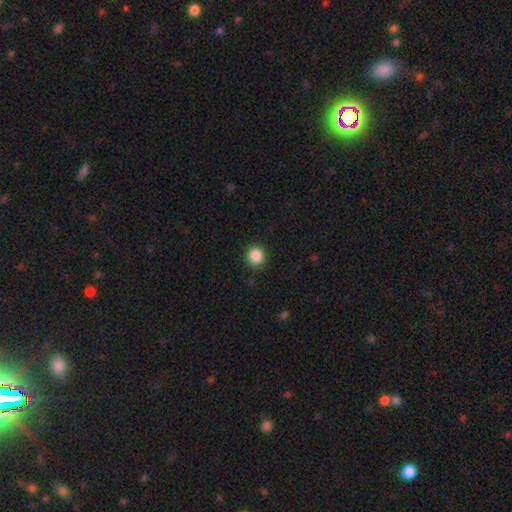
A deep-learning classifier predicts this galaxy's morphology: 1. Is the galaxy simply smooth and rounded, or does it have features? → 87% smooth, 10% star or artifact, 3% featured or disk.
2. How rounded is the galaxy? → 94% round, 5% in between, 1% cigar-shaped.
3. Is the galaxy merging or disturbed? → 91% none, 6% minor disturbance, 2% major disturbance, 1% merger.